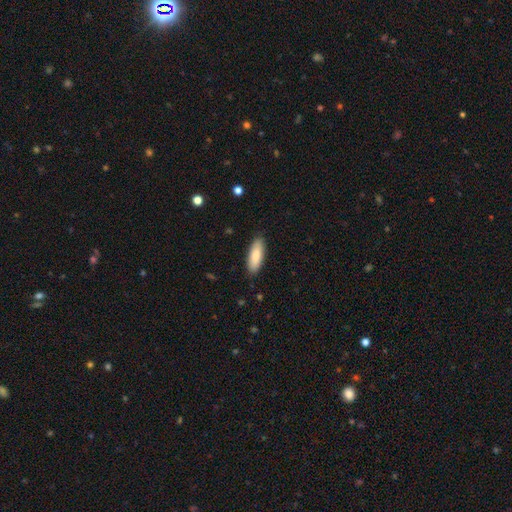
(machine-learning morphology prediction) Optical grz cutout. It shows a smooth galaxy with no disk features (84%) that is in between round and cigar-shaped (70%). Merging: none (87%).